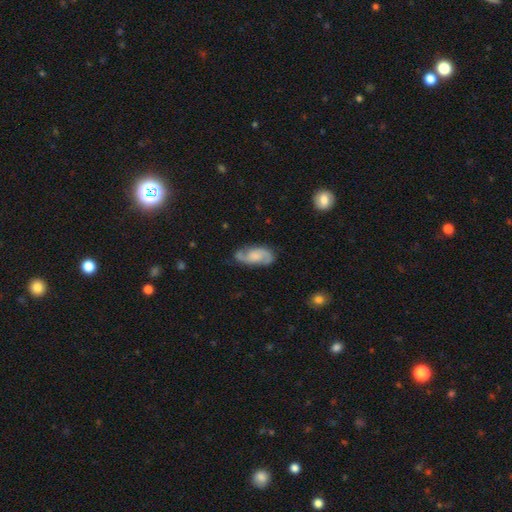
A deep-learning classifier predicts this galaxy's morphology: Smooth or featured? Predicted: featured or disk (p=0.72). Edge-on disk? Predicted: no (p=0.95). Bar? Predicted: no (p=0.59). Spiral arms? Predicted: yes (p=0.94). Spiral winding? Predicted: medium (p=0.48). Spiral arm count? Predicted: 2 (p=0.89). Bulge size? Predicted: none (p=0.35). Merging? Predicted: none (p=0.73).